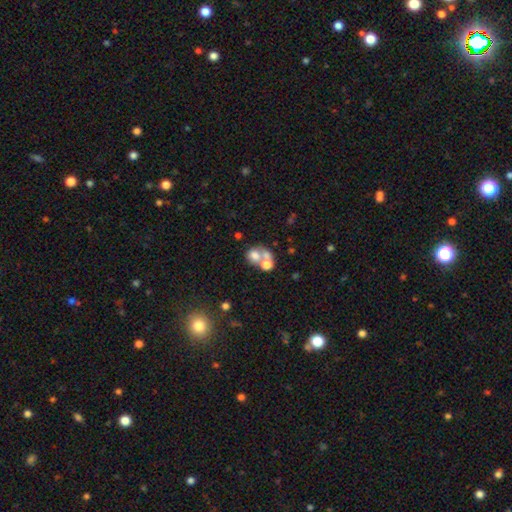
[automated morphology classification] Q: Smooth or featured?
A: smooth (59%); runner-up: featured or disk (27%)
Q: How rounded?
A: round (64%); runner-up: in between (35%)
Q: Merging?
A: merger (59%); runner-up: none (26%)